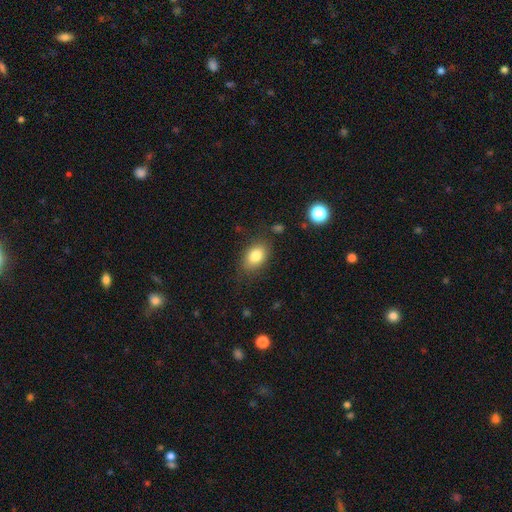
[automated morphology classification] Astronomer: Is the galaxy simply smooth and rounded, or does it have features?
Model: smooth — 82%.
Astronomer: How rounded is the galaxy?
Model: in between — 83%.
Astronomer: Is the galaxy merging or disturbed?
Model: none — 79%.